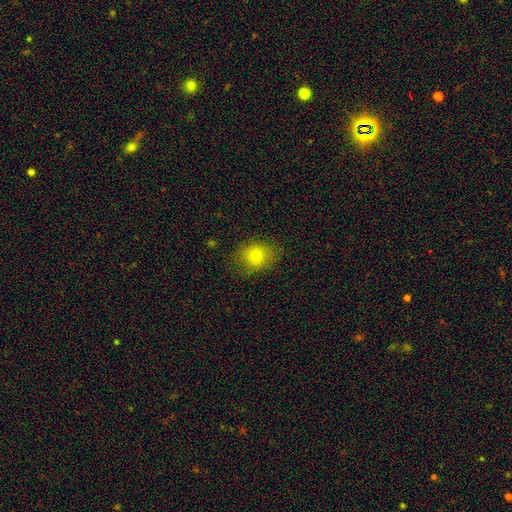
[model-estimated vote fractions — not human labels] smooth_or_featured: smooth (p=0.77) [alt: featured or disk p=0.12]
how_rounded: round (p=0.54) [alt: in between p=0.45]
merging: none (p=0.78) [alt: minor disturbance p=0.16]